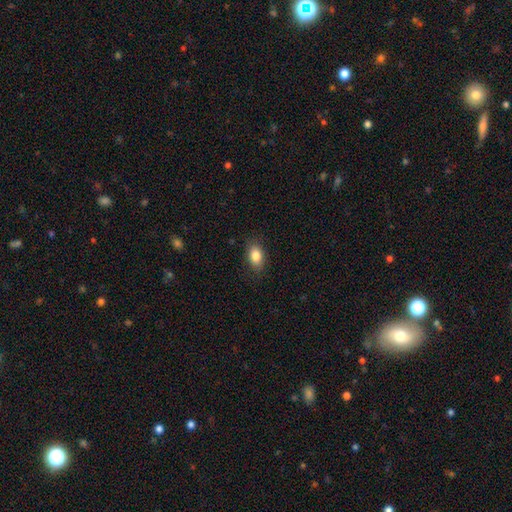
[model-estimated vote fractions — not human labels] This is clearly a smooth galaxy (84%). How rounded: clearly in between (87%). Merging: clearly none (86%).